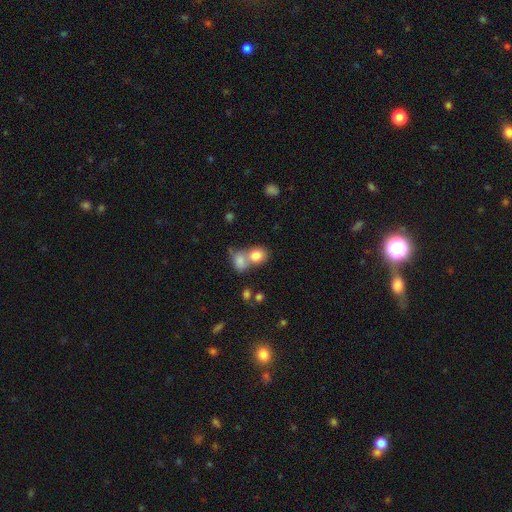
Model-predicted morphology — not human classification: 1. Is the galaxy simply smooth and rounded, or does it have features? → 81% smooth, 10% star or artifact, 10% featured or disk.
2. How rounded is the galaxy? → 56% round, 43% in between, 1% cigar-shaped.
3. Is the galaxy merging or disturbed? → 55% merger, 33% none, 8% minor disturbance, 4% major disturbance.